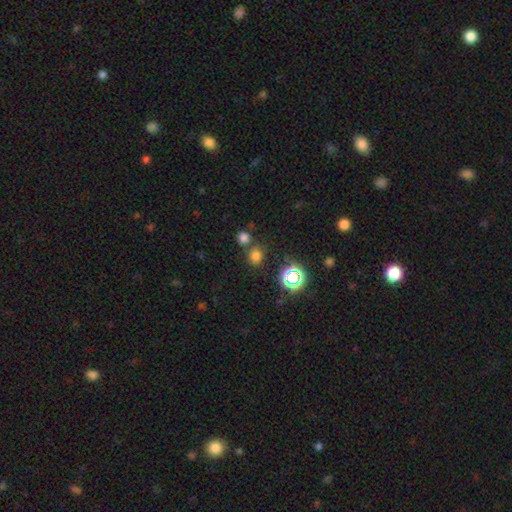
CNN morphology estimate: Overall: smooth (69%). How rounded: round (74%). Merging: none (67%).